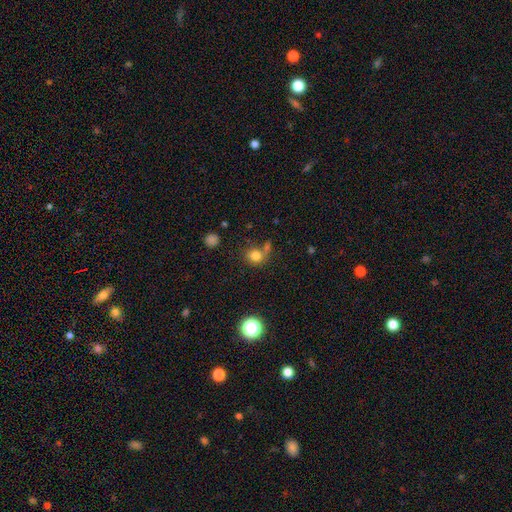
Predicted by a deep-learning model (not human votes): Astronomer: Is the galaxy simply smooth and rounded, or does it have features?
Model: smooth — 79%.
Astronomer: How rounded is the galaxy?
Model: round — 75%.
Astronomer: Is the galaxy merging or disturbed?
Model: none — 57%.